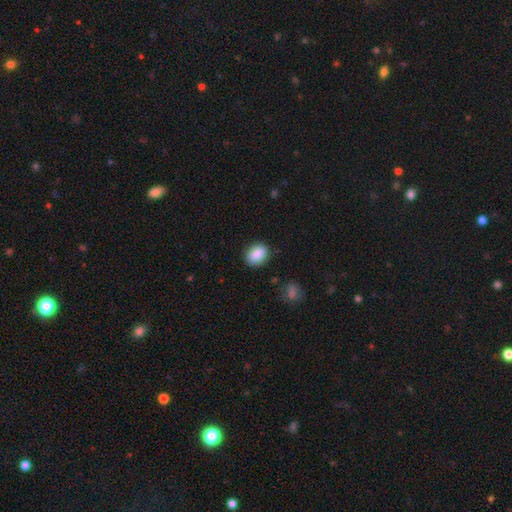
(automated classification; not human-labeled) smooth 89%, star or artifact 8%, featured or disk 4%. Down the decision tree: how rounded — in between (67%); merging — none (86%).